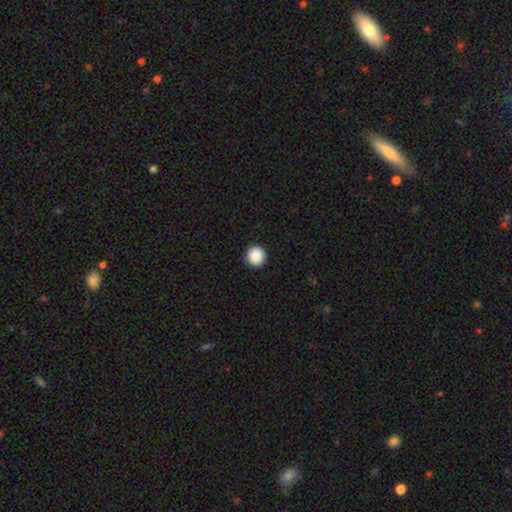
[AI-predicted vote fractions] A smooth galaxy with no disk features (89%) that is round (96%). Merging: none (93%).